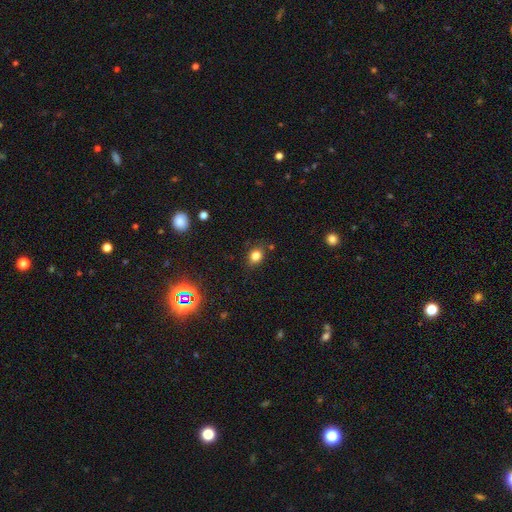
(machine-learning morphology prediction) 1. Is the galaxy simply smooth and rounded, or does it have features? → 79% smooth, 14% star or artifact, 7% featured or disk.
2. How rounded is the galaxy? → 50% round, 49% in between, 1% cigar-shaped.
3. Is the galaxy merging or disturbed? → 79% none, 15% minor disturbance, 4% major disturbance, 2% merger.